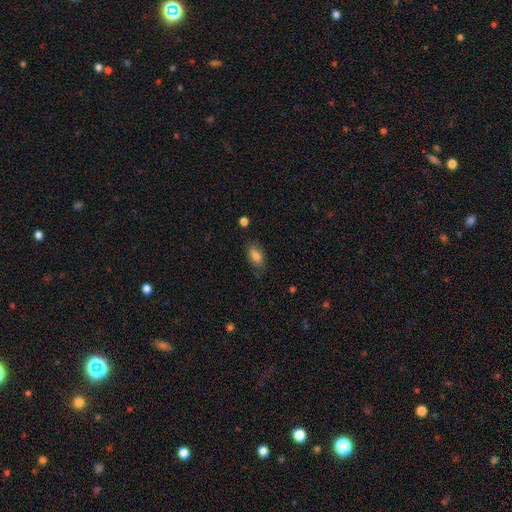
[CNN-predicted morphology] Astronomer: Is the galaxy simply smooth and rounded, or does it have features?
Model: smooth — 80%.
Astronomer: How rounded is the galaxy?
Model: in between — 88%.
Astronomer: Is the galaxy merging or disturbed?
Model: none — 73%.